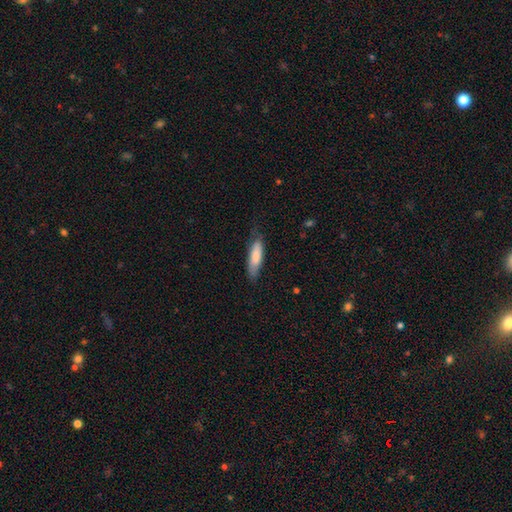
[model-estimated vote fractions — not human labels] A smooth galaxy with no disk features (80%) that is cigar-shaped (60%). Merging: none (70%).